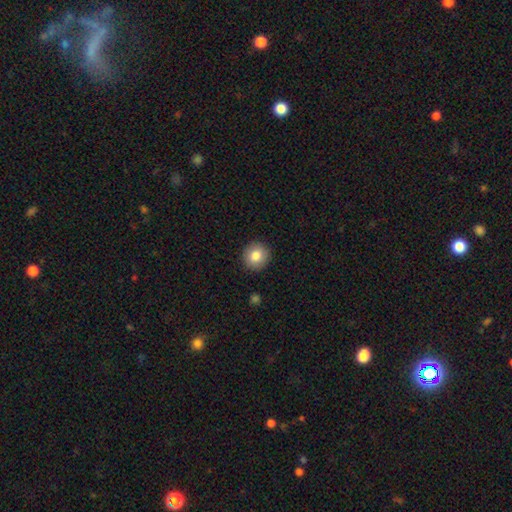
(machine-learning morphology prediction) A smooth galaxy with no disk features (83%) that is round (91%).

Vote fractions:
- Smooth or featured? smooth: 83% / featured or disk: 9% / star or artifact: 9%
- How rounded? round: 91% / in between: 8% / cigar-shaped: 1%
- Merging? none: 91% / minor disturbance: 6% / major disturbance: 2% / merger: 1%